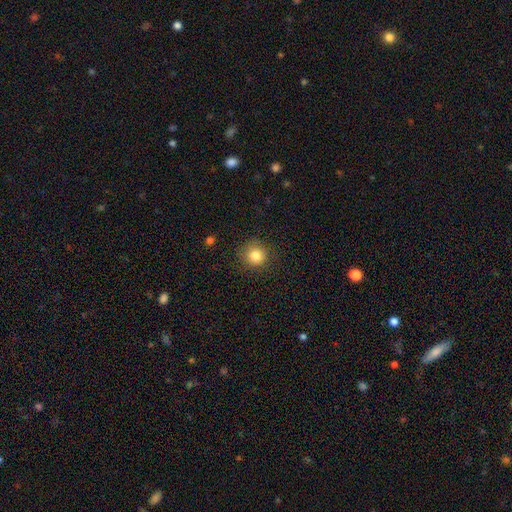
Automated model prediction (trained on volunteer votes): A smooth galaxy with no disk features (82%) that is round (93%). Merging: none (87%).